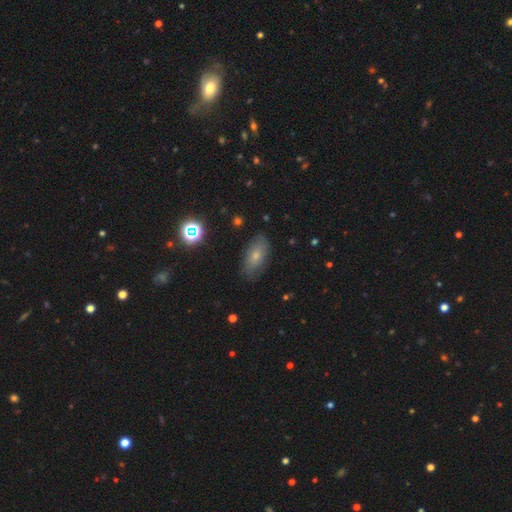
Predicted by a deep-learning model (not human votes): smooth_or_featured: smooth (p=0.65) [alt: featured or disk p=0.24]
how_rounded: in between (p=0.87) [alt: cigar-shaped p=0.08]
merging: none (p=0.78) [alt: minor disturbance p=0.16]